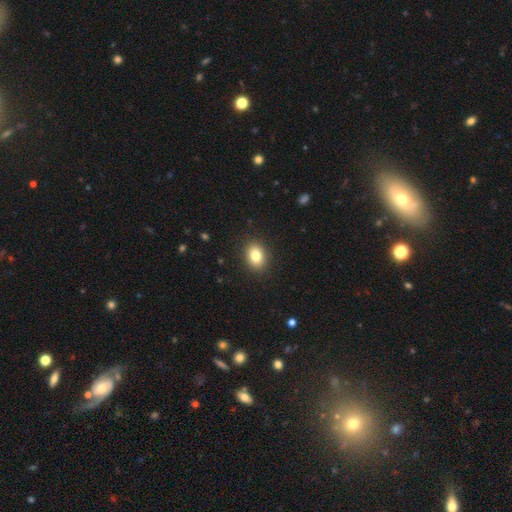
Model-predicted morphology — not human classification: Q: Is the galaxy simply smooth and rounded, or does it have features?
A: smooth — 82%.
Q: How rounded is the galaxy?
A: in between — 68%.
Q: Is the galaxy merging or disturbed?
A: none — 89%.